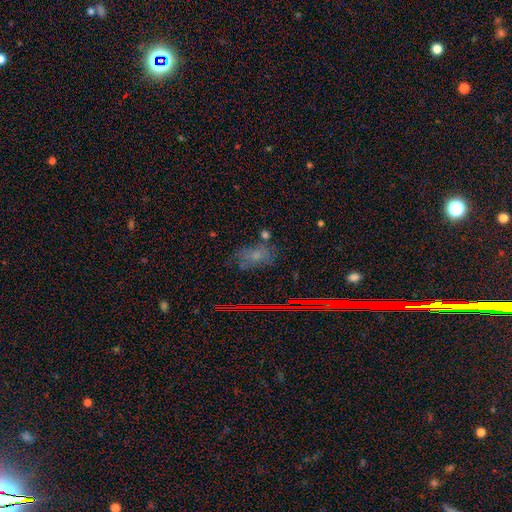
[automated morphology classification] type=smooth (49%); merging=none (61%).